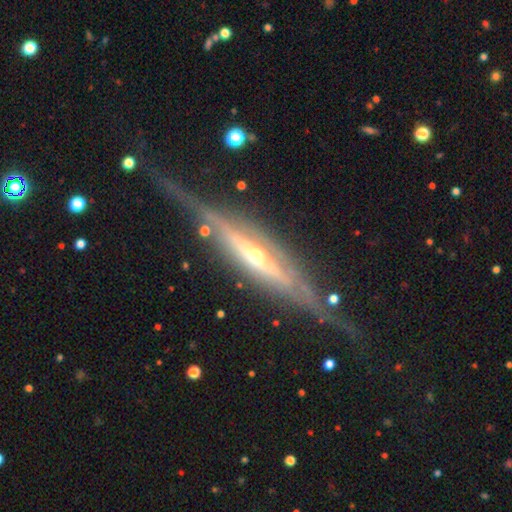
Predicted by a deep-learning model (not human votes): featured or disk 85%, smooth 10%, star or artifact 6%. Down the decision tree: edge-on disk — yes (90%); edge-on bulge — rounded (78%); merging — none (69%).